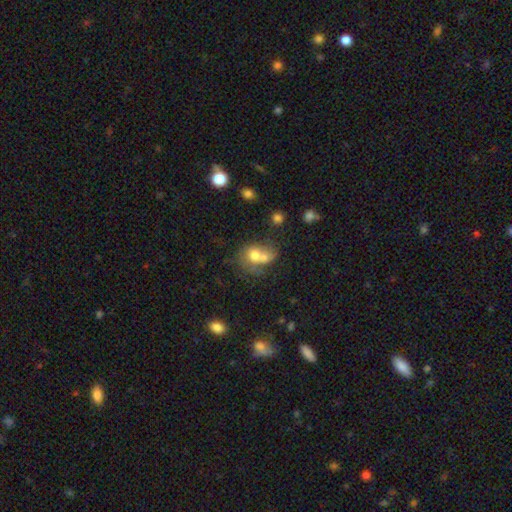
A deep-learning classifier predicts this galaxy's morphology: Smooth or featured? smooth (63%)
How rounded? round (52%)
Merging? merger (67%)